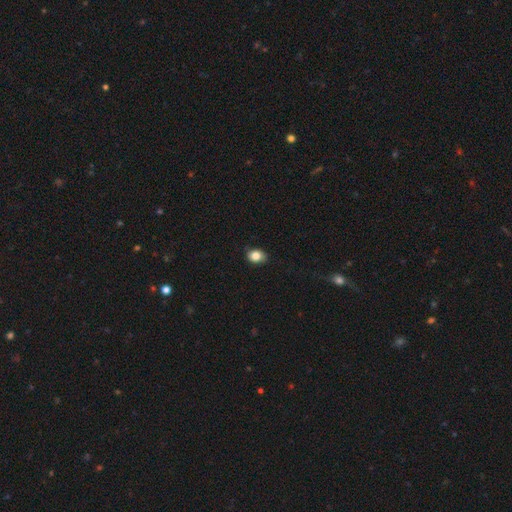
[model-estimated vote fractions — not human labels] Smooth or featured? Predicted: smooth (p=0.83). How rounded? Predicted: in between (p=0.59). Merging? Predicted: none (p=0.79).